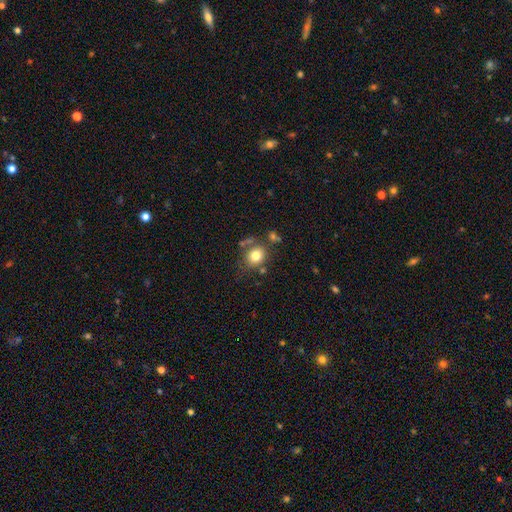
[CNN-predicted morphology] Smooth or featured? Predicted: smooth (p=0.78). How rounded? Predicted: round (p=0.64). Merging? Predicted: none (p=0.65).